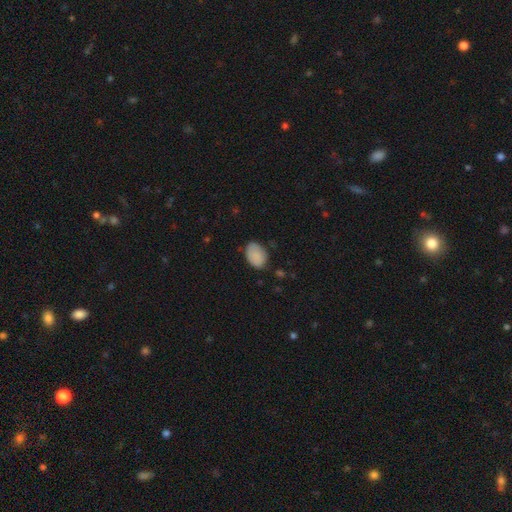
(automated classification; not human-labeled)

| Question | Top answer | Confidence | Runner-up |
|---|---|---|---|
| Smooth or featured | smooth | 87% | star or artifact (7%) |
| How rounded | in between | 81% | round (18%) |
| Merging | none | 71% | minor disturbance (23%) |